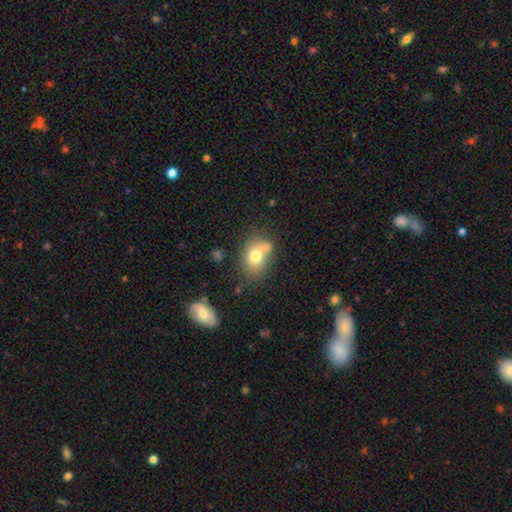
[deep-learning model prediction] smooth 72%, featured or disk 17%, star or artifact 11%. Down the decision tree: how rounded — in between (60%); merging — none (47%).